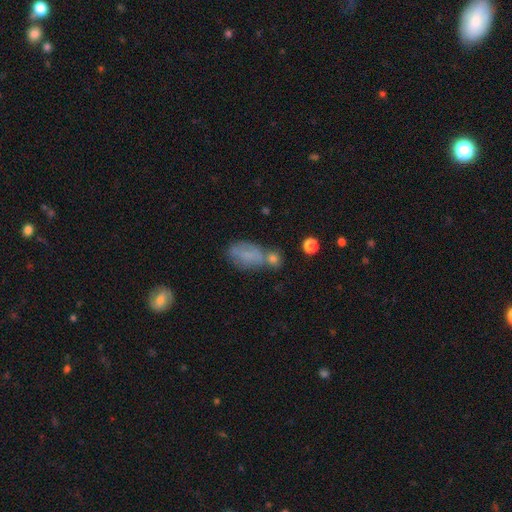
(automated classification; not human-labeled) Smooth or featured?
  - smooth: 54% *
  - featured or disk: 29%
  - star or artifact: 17%
How rounded?
  - in between: 85% *
  - round: 10%
  - cigar-shaped: 6%
Merging?
  - none: 47% *
  - merger: 23%
  - minor disturbance: 20%
  - major disturbance: 10%